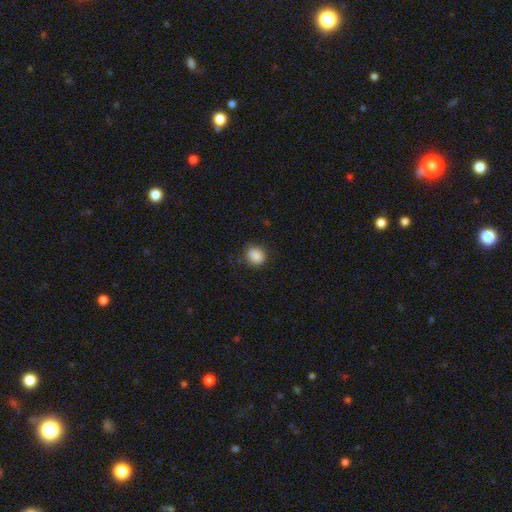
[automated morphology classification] Overall: smooth (89%). How rounded: round (60%; in between 39%). Merging: none (80%).